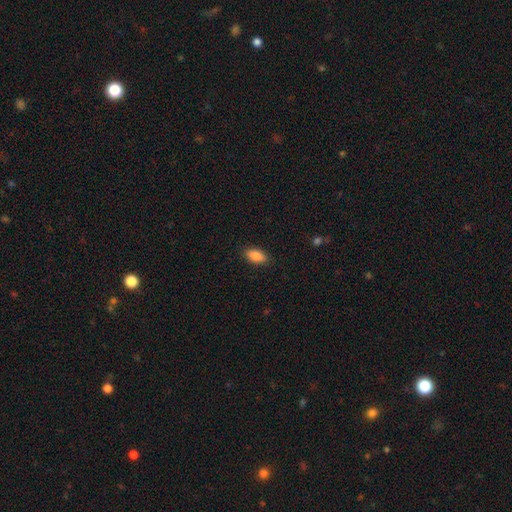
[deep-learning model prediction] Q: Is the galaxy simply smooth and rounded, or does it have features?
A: smooth — 88%.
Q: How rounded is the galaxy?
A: in between — 91%.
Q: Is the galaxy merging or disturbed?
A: none — 88%.